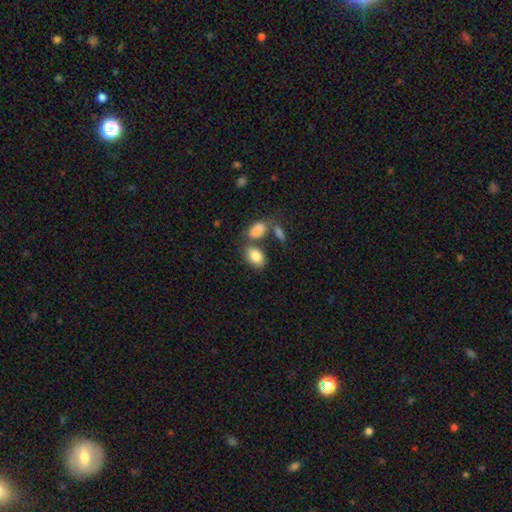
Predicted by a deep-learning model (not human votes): A smooth galaxy with no disk features (84%) that is in between round and cigar-shaped (88%). Merging: none (53%).